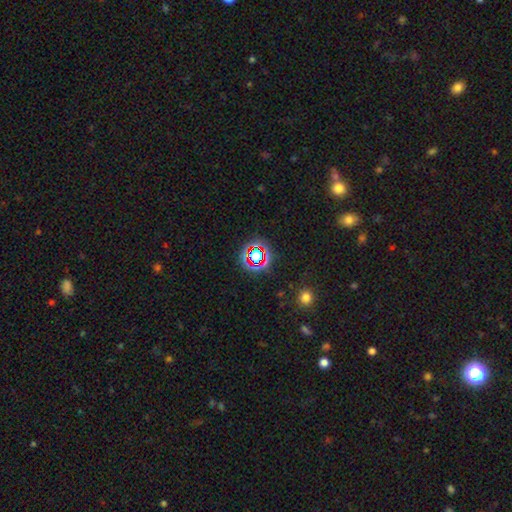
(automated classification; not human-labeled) Smooth or featured? star or artifact (69%)